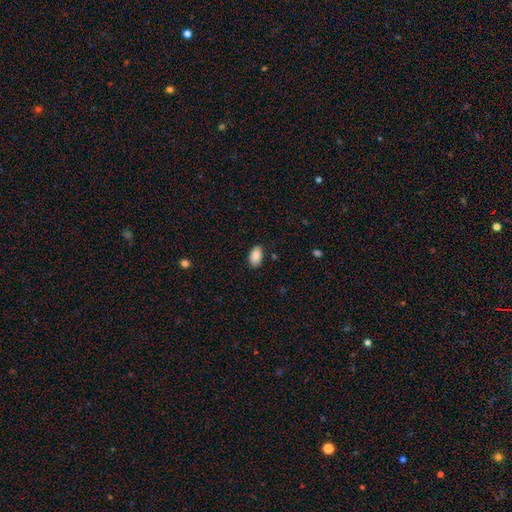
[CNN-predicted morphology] Smooth or featured? smooth (88%)
How rounded? in between (91%)
Merging? none (81%)